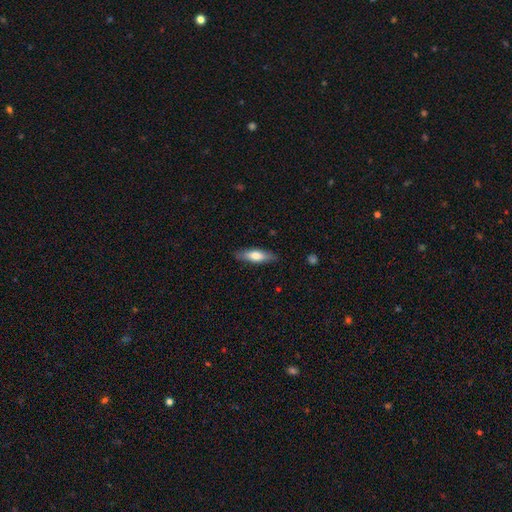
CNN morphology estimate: Smooth or featured? Predicted: smooth (p=0.63). How rounded? Predicted: cigar-shaped (p=0.55). Merging? Predicted: none (p=0.85).